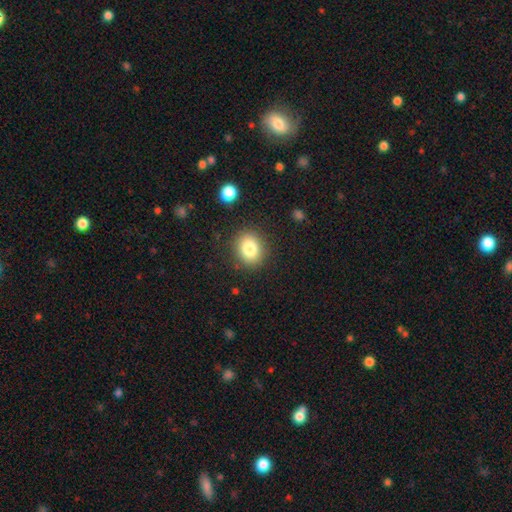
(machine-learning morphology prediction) Smooth or featured: smooth — 80% (star or artifact — 13%)
How rounded: round — 59% (in between — 40%)
Merging: none — 90% (minor disturbance — 6%)